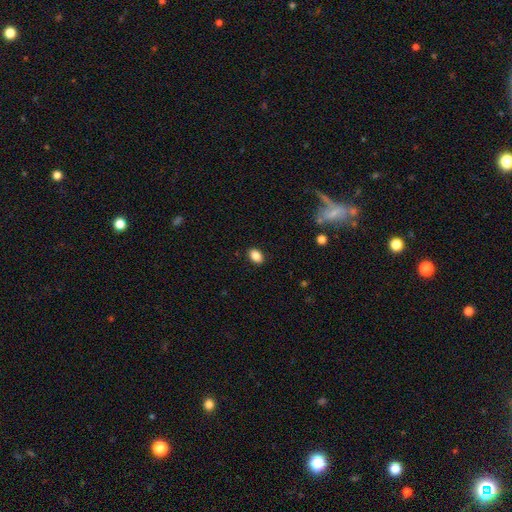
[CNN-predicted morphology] The model was most divided on "how rounded": in between: 81%, round: 18%, cigar-shaped: 1%. More confident: merging — none (89%); smooth or featured — smooth (86%).